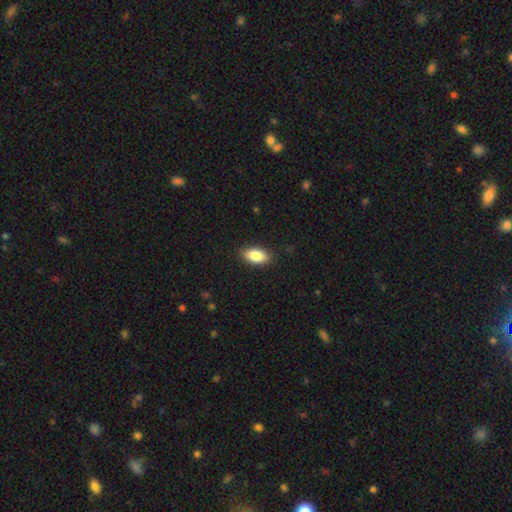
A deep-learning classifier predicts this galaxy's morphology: This appears to be a smooth galaxy with no disk features (85%) that is in between round and cigar-shaped (91%). Merging: none (88%).